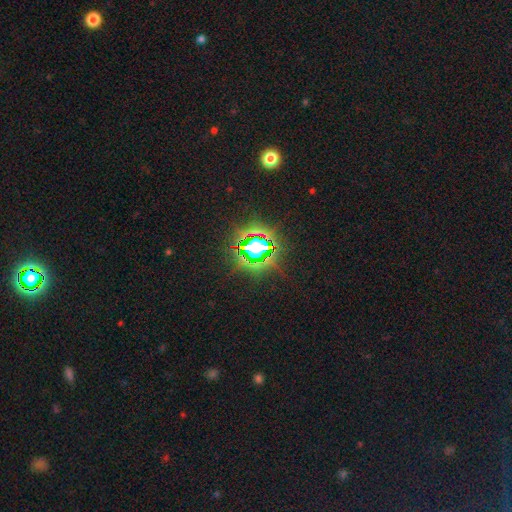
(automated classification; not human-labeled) This is clearly a star or artifact rather than a galaxy (81%).